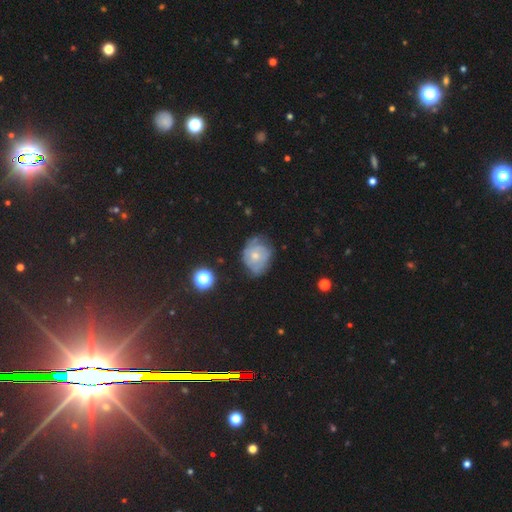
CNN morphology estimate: This is likely a featured or disk galaxy (64%). It is clearly not viewed edge-on (97%). Bar: clearly no (81%). Spiral arm pattern: likely yes (78%). Central bulge: possibly small (52%). Merging: possibly none (54%).